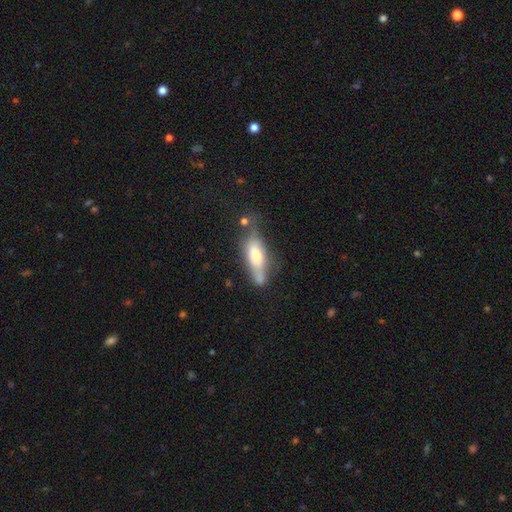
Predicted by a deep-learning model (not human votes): Smooth or featured? Predicted: smooth (p=0.59). How rounded? Predicted: in between (p=0.51). Merging? Predicted: none (p=0.51).